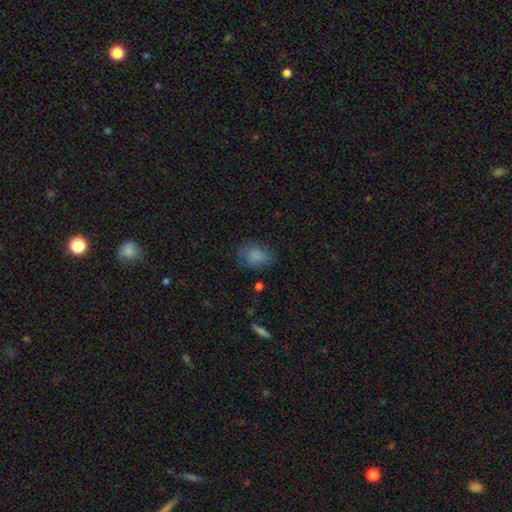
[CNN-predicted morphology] Smooth or featured?
  - smooth: 79% *
  - star or artifact: 11%
  - featured or disk: 10%
How rounded?
  - in between: 62% *
  - round: 36%
  - cigar-shaped: 1%
Merging?
  - none: 64% *
  - minor disturbance: 24%
  - major disturbance: 10%
  - merger: 2%